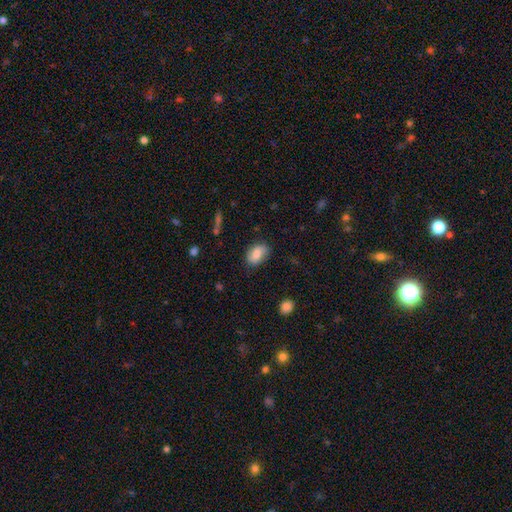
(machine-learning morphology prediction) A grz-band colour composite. It shows a smooth galaxy with no disk features (72%) that is in between round and cigar-shaped (81%). Merging: none (73%).